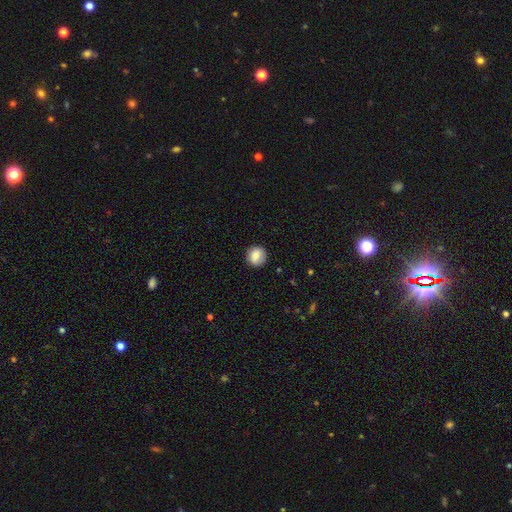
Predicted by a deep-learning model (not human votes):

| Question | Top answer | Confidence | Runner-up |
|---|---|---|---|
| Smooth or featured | smooth | 83% | featured or disk (9%) |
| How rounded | round | 89% | in between (10%) |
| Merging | none | 87% | minor disturbance (9%) |